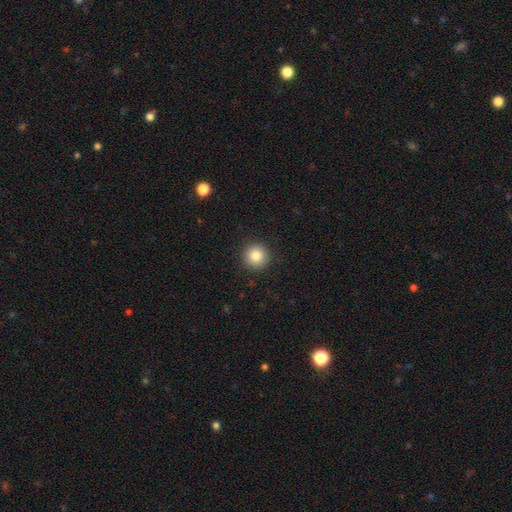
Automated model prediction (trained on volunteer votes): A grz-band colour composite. It shows a smooth galaxy with no disk features (84%) that is round (95%). Merging: none (92%).